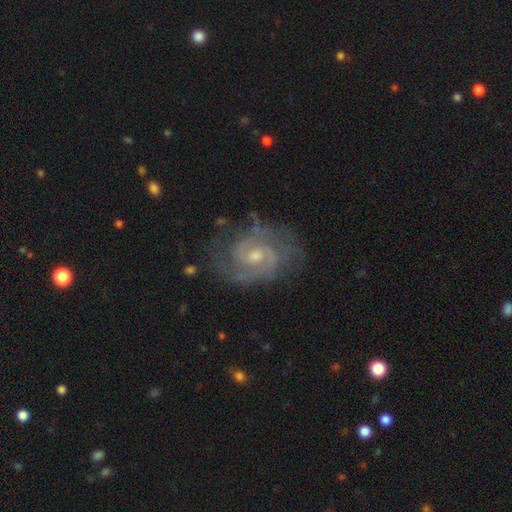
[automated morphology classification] featured or disk 87%, smooth 7%, star or artifact 6%. Down the decision tree: edge-on disk — no (98%); bar — no (50%); spiral arms — yes (96%); spiral arm count — 2 (73%); spiral winding — medium (46%); bulge size — small (48%, tied with moderate); merging — none (72%).